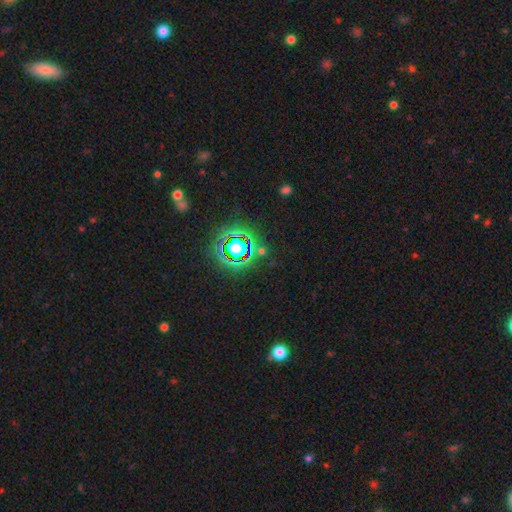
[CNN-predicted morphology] The model was most divided on "smooth or featured": star or artifact: 81%, smooth: 11%, featured or disk: 7%.